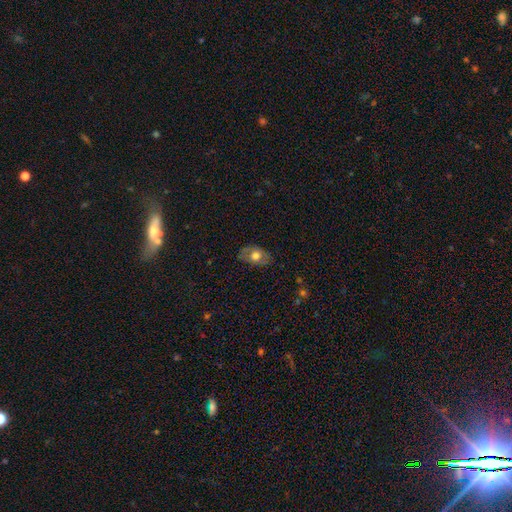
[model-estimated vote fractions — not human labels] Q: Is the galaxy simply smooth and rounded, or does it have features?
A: smooth — 57%.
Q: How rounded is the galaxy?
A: in between — 80%.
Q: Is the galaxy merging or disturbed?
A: none — 74%.